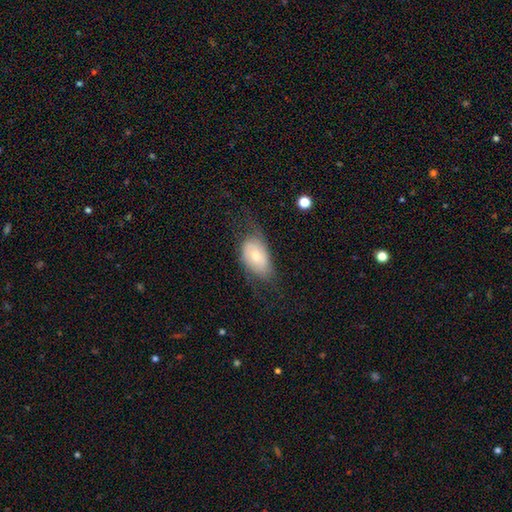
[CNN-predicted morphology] type=smooth (49%); merging=none (52%).